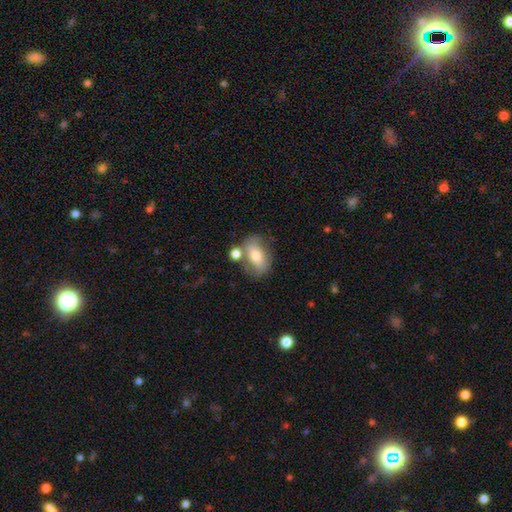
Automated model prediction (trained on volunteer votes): smooth_or_featured: smooth (p=0.61) [alt: featured or disk p=0.30]
how_rounded: in between (p=0.83) [alt: round p=0.13]
merging: none (p=0.56) [alt: merger p=0.21]